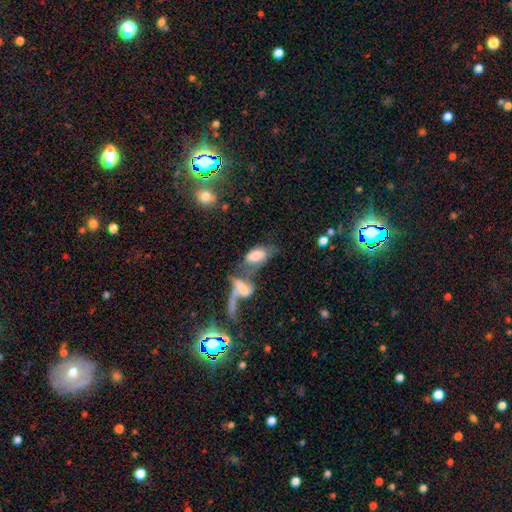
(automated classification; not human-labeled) Morphology: type=smooth (50%); merging=merger (66%).